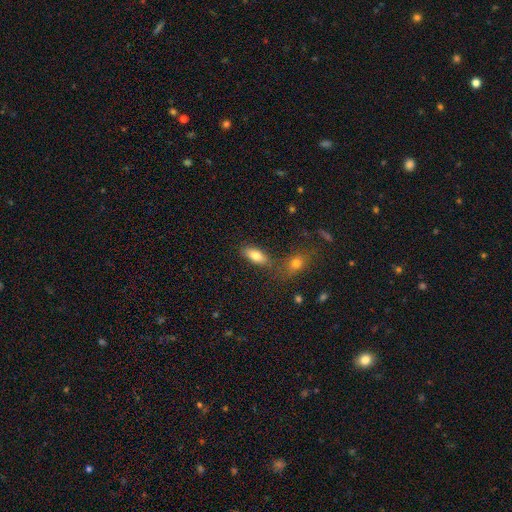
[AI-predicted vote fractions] smooth-or-featured: smooth: 81% | featured or disk: 11% | star or artifact: 8%
  how-rounded: in between: 82% | cigar-shaped: 14% | round: 3%
  merging: none: 71% | minor disturbance: 13% | merger: 12% | major disturbance: 4%